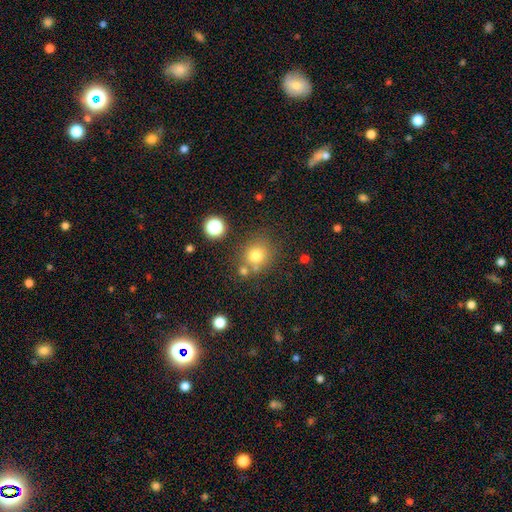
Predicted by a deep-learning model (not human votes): The model was most divided on "merging": none: 69%, merger: 15%, minor disturbance: 11%, major disturbance: 4%. More confident: how rounded — round (87%); smooth or featured — smooth (75%).